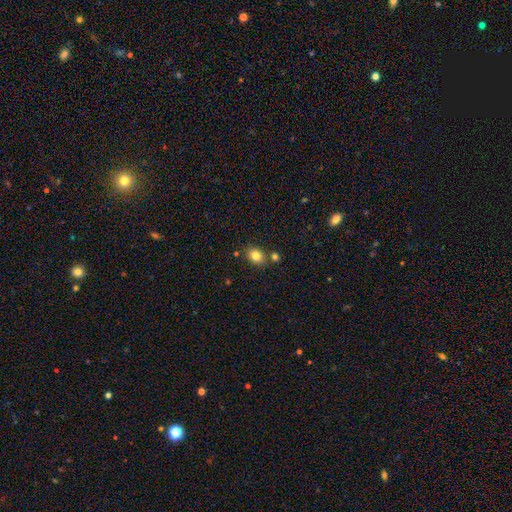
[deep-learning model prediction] Overall: smooth (83%). How rounded: in between (62%; round 37%). Merging: none (77%).